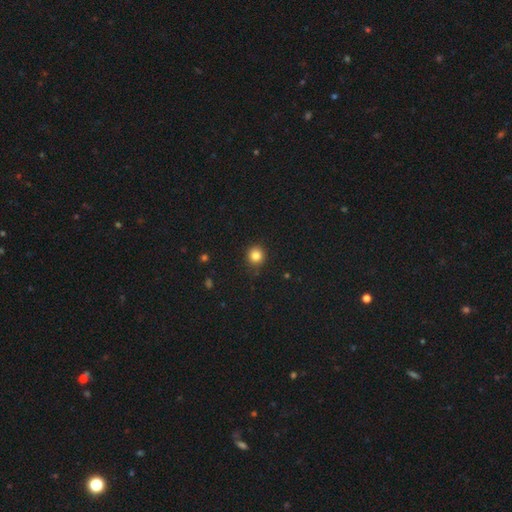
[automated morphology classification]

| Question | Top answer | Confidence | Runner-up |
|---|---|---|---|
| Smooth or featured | smooth | 83% | star or artifact (12%) |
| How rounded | round | 91% | in between (8%) |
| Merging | none | 89% | minor disturbance (8%) |